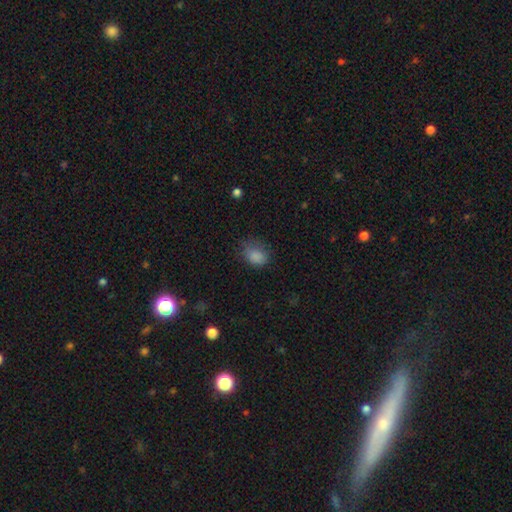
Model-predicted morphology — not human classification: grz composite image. It shows a smooth galaxy with no disk features (84%) that is in between round and cigar-shaped (62%). Merging: none (59%).